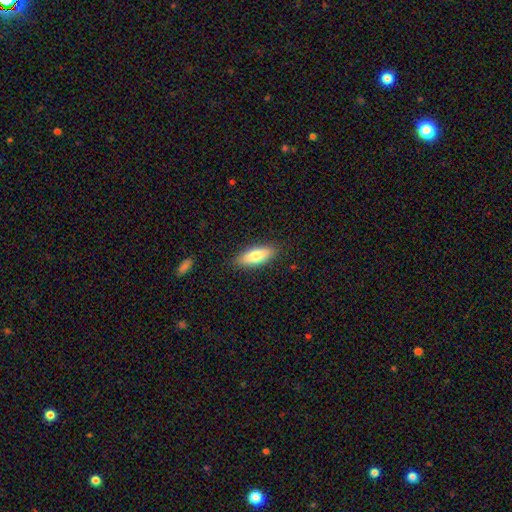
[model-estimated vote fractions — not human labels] The model was most divided on "how rounded": in between: 66%, cigar-shaped: 32%, round: 2%. More confident: merging — none (87%); smooth or featured — smooth (77%).